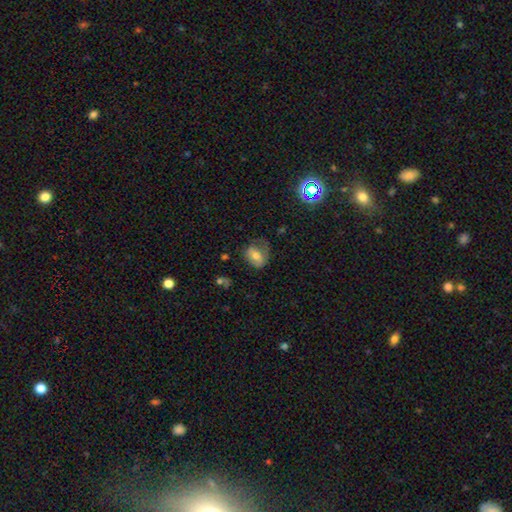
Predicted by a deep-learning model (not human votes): Smooth or featured?
  - smooth: 60% *
  - featured or disk: 30%
  - star or artifact: 10%
How rounded?
  - in between: 62% *
  - round: 36%
  - cigar-shaped: 2%
Merging?
  - none: 47% *
  - minor disturbance: 28%
  - major disturbance: 22%
  - merger: 2%